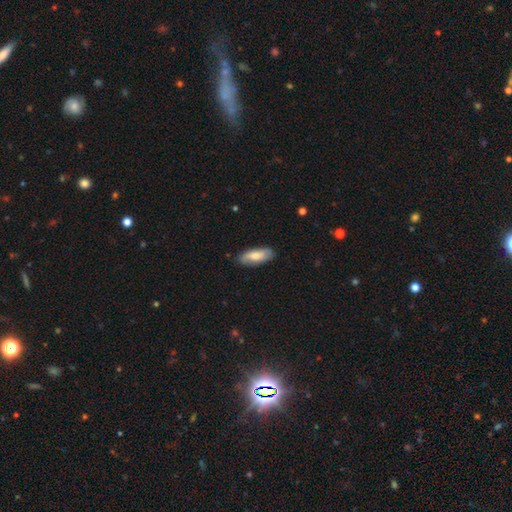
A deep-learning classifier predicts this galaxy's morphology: A smooth galaxy with no disk features (63%) that is in between round and cigar-shaped (78%).

Vote fractions:
- Smooth or featured? smooth: 63% / featured or disk: 31% / star or artifact: 6%
- How rounded? in between: 78% / cigar-shaped: 20% / round: 2%
- Merging? none: 81% / minor disturbance: 15% / major disturbance: 3% / merger: 1%